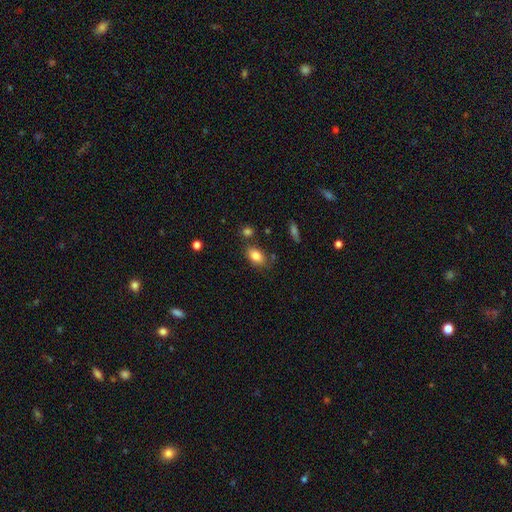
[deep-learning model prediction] Smooth or featured: smooth — 83% (star or artifact — 8%)
How rounded: in between — 87% (round — 10%)
Merging: none — 73% (minor disturbance — 16%)